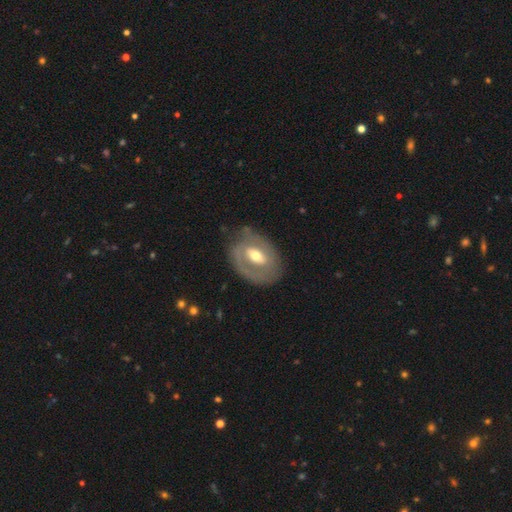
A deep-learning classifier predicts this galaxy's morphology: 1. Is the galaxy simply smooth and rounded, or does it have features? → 66% featured or disk, 28% smooth, 5% star or artifact.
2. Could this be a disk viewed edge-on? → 94% no, 6% yes.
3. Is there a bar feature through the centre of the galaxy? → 42% weak, 30% no, 28% strong.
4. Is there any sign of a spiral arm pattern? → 54% yes, 46% no.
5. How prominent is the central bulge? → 67% moderate, 22% small, 9% large, 1% dominant, 1% none.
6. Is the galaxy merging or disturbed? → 65% none, 22% minor disturbance, 11% major disturbance, 2% merger.